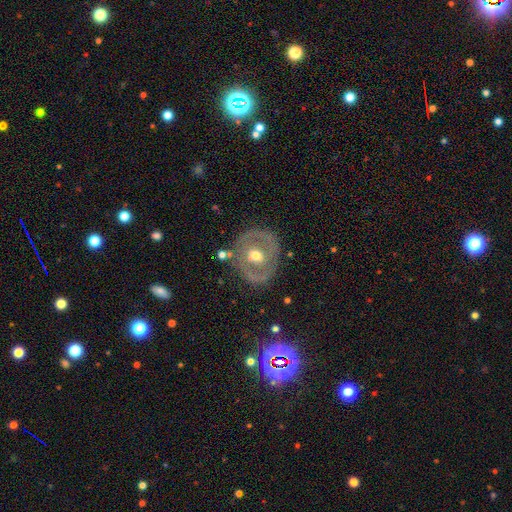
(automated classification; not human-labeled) Smooth or featured? featured or disk (64%)
Edge-on disk? no (95%)
Bar? no (56%)
Spiral arms? no (66%)
Bulge size? moderate (72%)
Merging? none (74%)